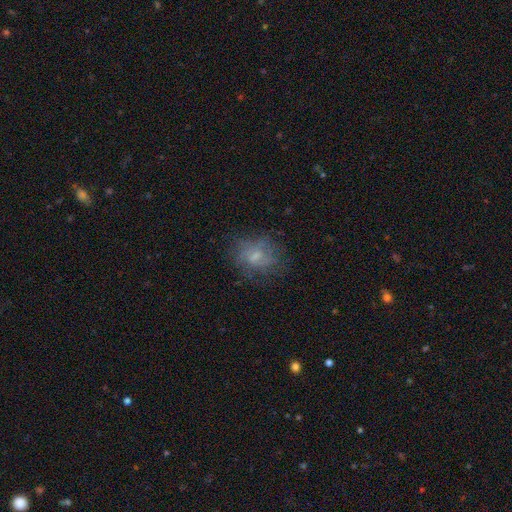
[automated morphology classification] smooth 46%, featured or disk 41%, star or artifact 14%. Down the decision tree: merging — none (62%).